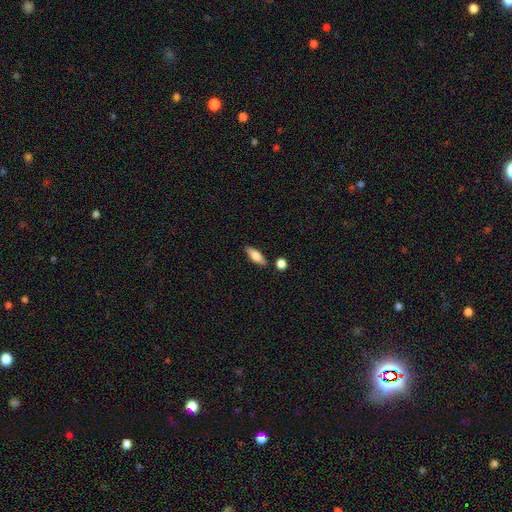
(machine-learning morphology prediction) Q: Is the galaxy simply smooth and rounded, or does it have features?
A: smooth — 68%.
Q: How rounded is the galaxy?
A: in between — 57%.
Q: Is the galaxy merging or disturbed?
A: none — 83%.